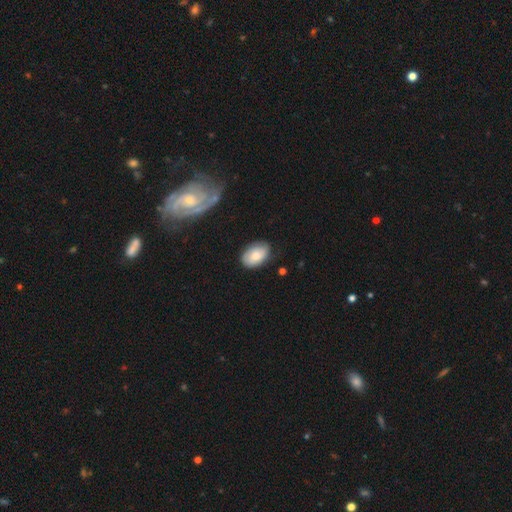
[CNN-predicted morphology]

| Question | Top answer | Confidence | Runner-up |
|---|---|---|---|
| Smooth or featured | smooth | 72% | featured or disk (21%) |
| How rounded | in between | 90% | round (9%) |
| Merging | none | 76% | minor disturbance (19%) |